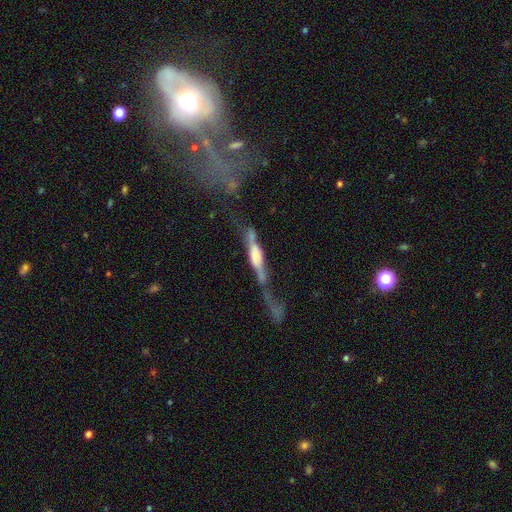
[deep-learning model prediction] A featured or disk galaxy (62%) viewed edge-on (78%).

Vote fractions:
- Smooth or featured? featured or disk: 62% / smooth: 31% / star or artifact: 7%
- Edge-on disk? yes: 78% / no: 22%
- Merging? major disturbance: 35% / none: 28% / minor disturbance: 20% / merger: 18%